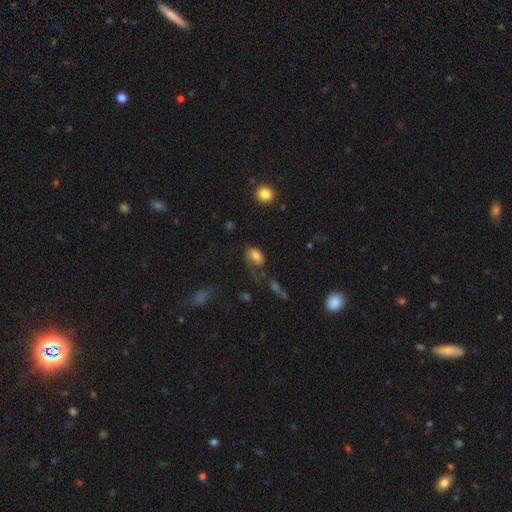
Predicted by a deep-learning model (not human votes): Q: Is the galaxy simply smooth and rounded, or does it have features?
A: smooth — 65%.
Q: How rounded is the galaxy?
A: in between — 86%.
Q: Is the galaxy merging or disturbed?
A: none — 36%.